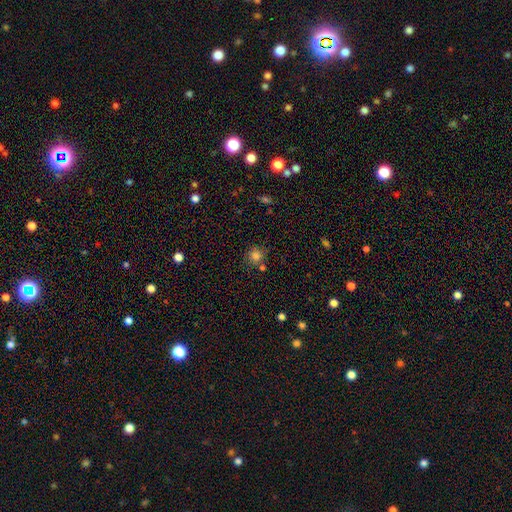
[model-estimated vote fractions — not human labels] Smooth or featured?
  - smooth: 80% *
  - star or artifact: 13%
  - featured or disk: 6%
How rounded?
  - round: 89% *
  - in between: 10%
  - cigar-shaped: 1%
Merging?
  - none: 72% *
  - minor disturbance: 12%
  - merger: 12%
  - major disturbance: 4%